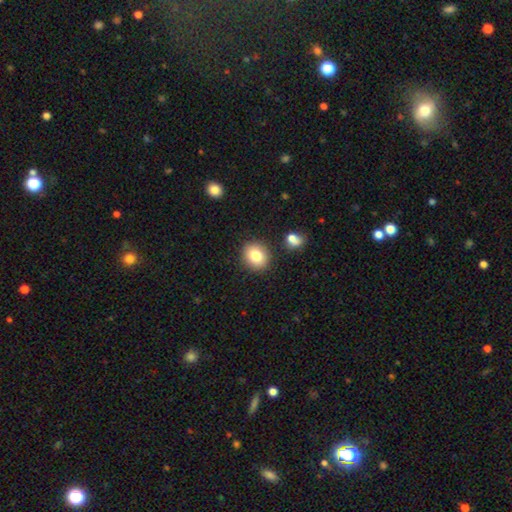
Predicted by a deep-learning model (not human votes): smooth 81%, star or artifact 10%, featured or disk 9%. Down the decision tree: how rounded — round (69%); merging — none (87%).